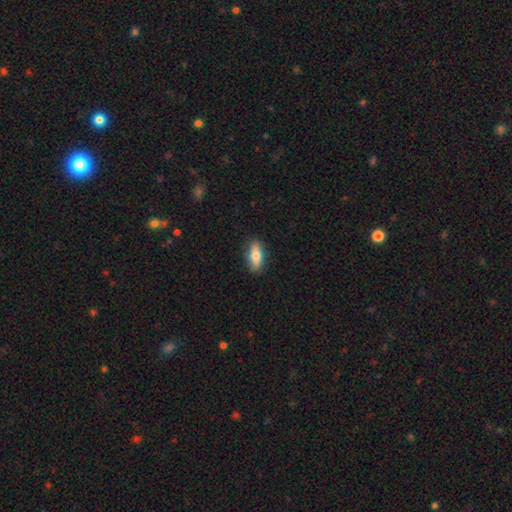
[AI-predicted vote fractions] Morphology: type=smooth (67%); roundness=in between (71%); merging=none (86%).